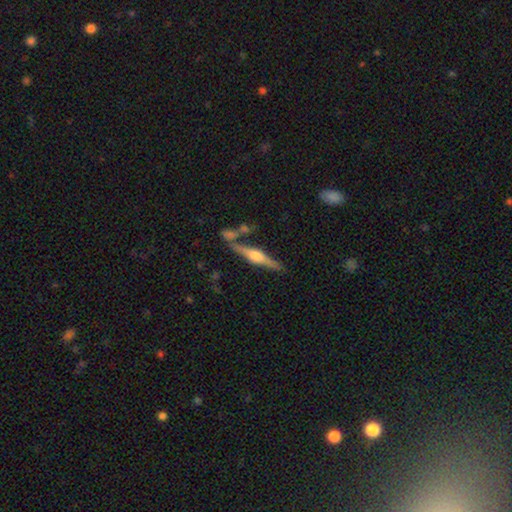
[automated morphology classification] The model was most divided on "smooth or featured": featured or disk: 78%, smooth: 16%, star or artifact: 6%. More confident: edge-on disk — yes (97%); edge-on bulge — rounded (88%); merging — none (77%).